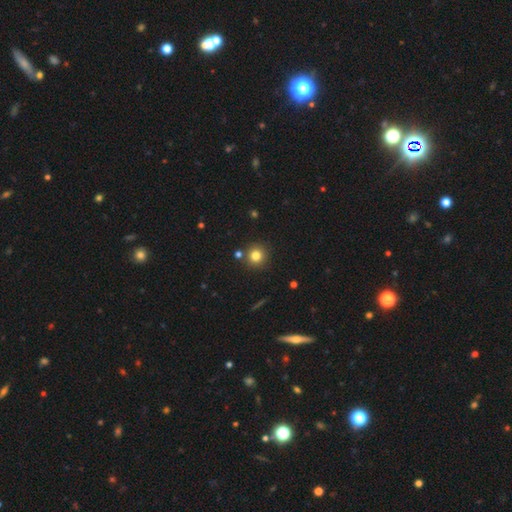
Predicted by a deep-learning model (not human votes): A smooth galaxy with no disk features (80%) that is round (94%). Merging: none (85%).